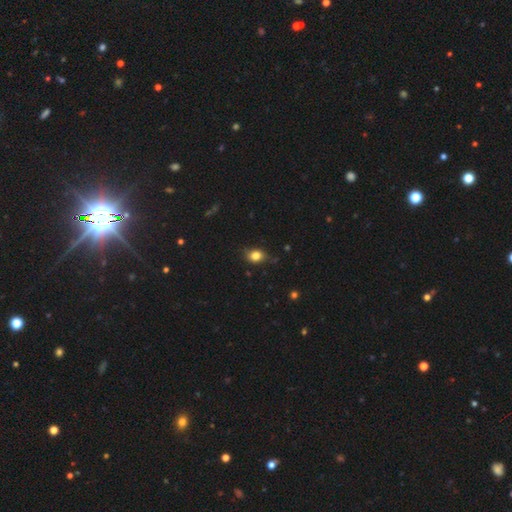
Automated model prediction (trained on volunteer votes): smooth_or_featured: smooth (p=0.80) [alt: star or artifact p=0.11]
how_rounded: in between (p=0.53) [alt: round p=0.45]
merging: none (p=0.71) [alt: minor disturbance p=0.23]